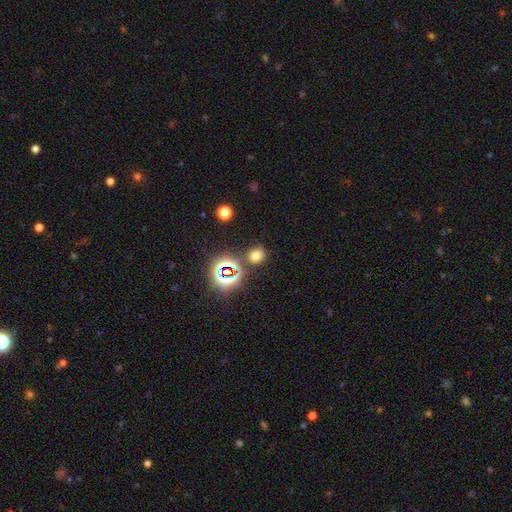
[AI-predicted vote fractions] smooth_or_featured: smooth (p=0.64) [alt: star or artifact p=0.29]
how_rounded: round (p=0.70) [alt: in between p=0.28]
merging: none (p=0.80) [alt: minor disturbance p=0.10]